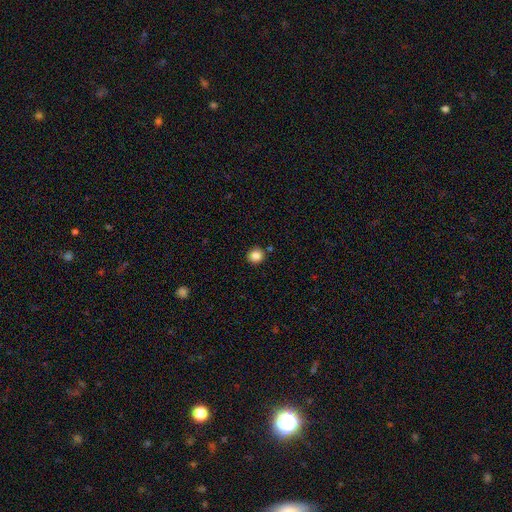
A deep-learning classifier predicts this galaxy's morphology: Smooth or featured?
  - smooth: 84% *
  - star or artifact: 10%
  - featured or disk: 5%
How rounded?
  - round: 92% *
  - in between: 7%
  - cigar-shaped: 1%
Merging?
  - none: 87% *
  - minor disturbance: 7%
  - merger: 4%
  - major disturbance: 2%